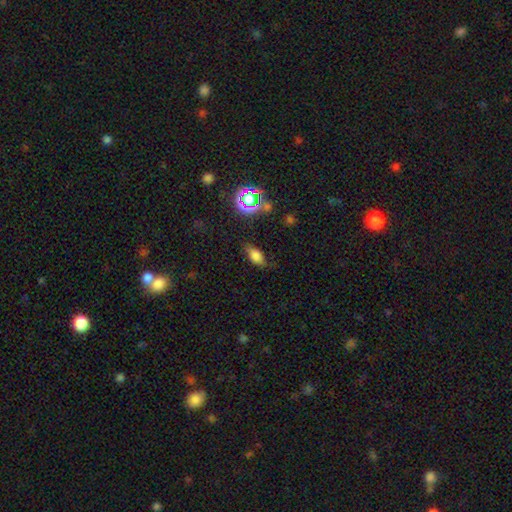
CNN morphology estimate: A smooth galaxy with no disk features (70%) that is in between round and cigar-shaped (83%).

Vote fractions:
- Smooth or featured? smooth: 70% / star or artifact: 16% / featured or disk: 14%
- How rounded? in between: 83% / cigar-shaped: 9% / round: 8%
- Merging? none: 73% / minor disturbance: 19% / major disturbance: 6% / merger: 2%